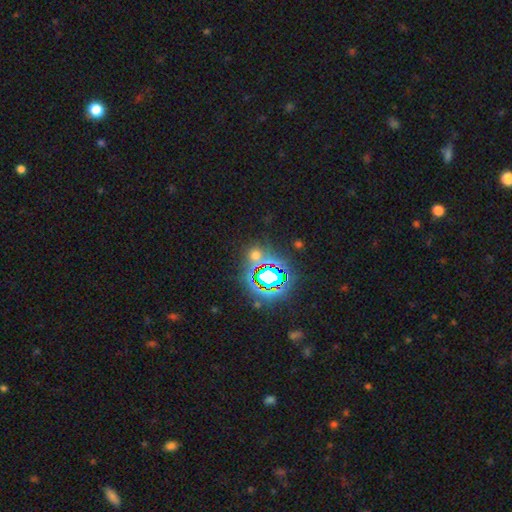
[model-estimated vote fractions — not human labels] smooth-or-featured: star or artifact: 57% | smooth: 33% | featured or disk: 9%